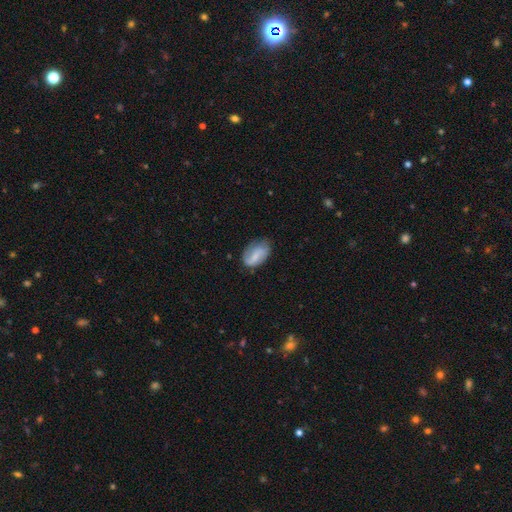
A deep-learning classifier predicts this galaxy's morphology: This is possibly a featured or disk galaxy (48%). Merging: possibly none (57%).